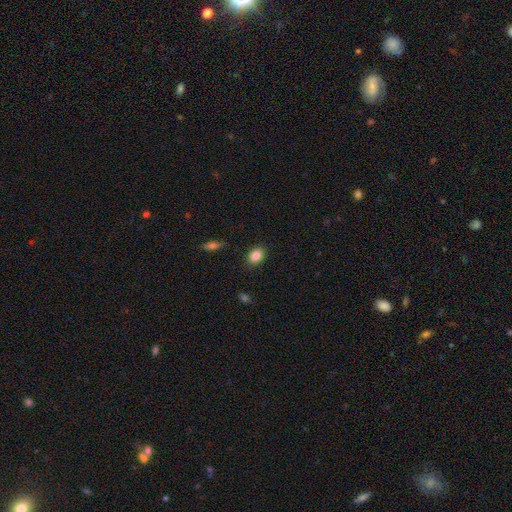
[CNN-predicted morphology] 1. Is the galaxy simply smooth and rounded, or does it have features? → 86% smooth, 9% star or artifact, 5% featured or disk.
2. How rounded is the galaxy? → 68% in between, 31% round, 1% cigar-shaped.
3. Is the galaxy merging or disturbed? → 88% none, 9% minor disturbance, 2% major disturbance, 1% merger.